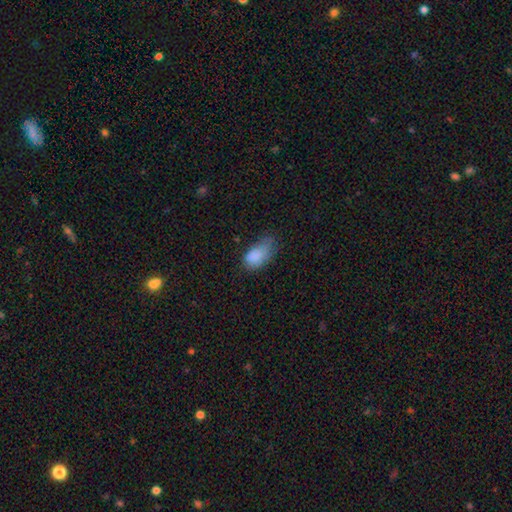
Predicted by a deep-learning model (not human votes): Q: Smooth or featured?
A: smooth (82%); runner-up: star or artifact (9%)
Q: How rounded?
A: in between (91%); runner-up: round (7%)
Q: Merging?
A: minor disturbance (41%); runner-up: none (30%)